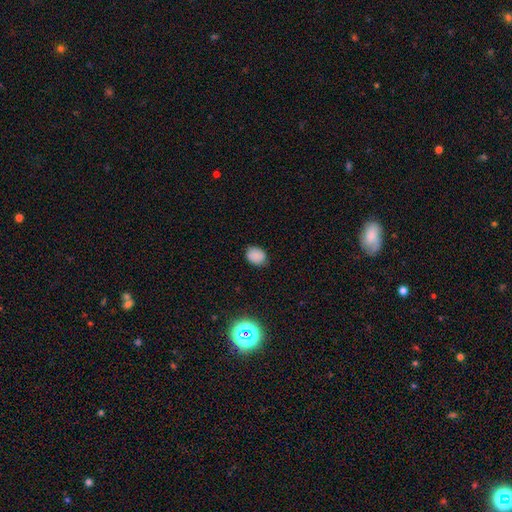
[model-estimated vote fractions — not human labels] Q: Smooth or featured?
A: smooth (81%); runner-up: star or artifact (12%)
Q: How rounded?
A: in between (54%); runner-up: round (45%)
Q: Merging?
A: none (80%); runner-up: minor disturbance (15%)